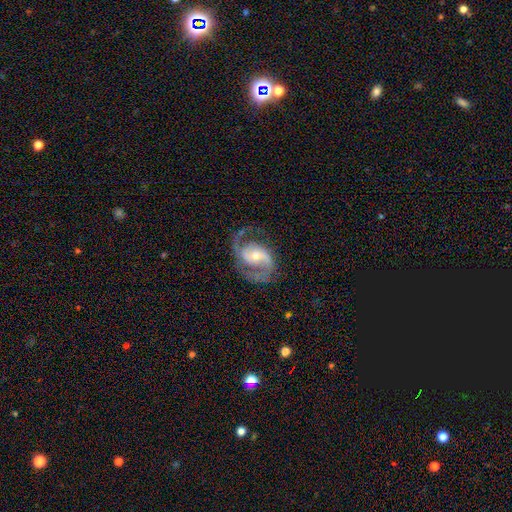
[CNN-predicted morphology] This is clearly a featured or disk galaxy (89%). It is clearly not viewed edge-on (98%). Bar: possibly no (45%). Spiral arm pattern: clearly yes (96%). Spiral arm count: clearly 2 (88%). Spiral winding: possibly medium (54%). Central bulge: possibly moderate (50%). Merging: likely none (68%).